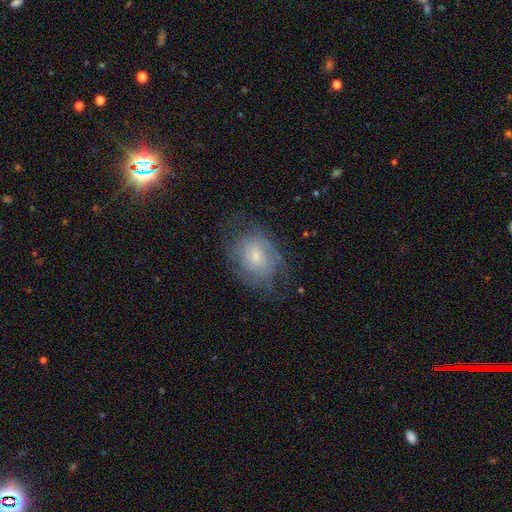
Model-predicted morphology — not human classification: Smooth or featured? Predicted: featured or disk (p=0.50). Edge-on disk? Predicted: no (p=0.96). Merging? Predicted: none (p=0.62).